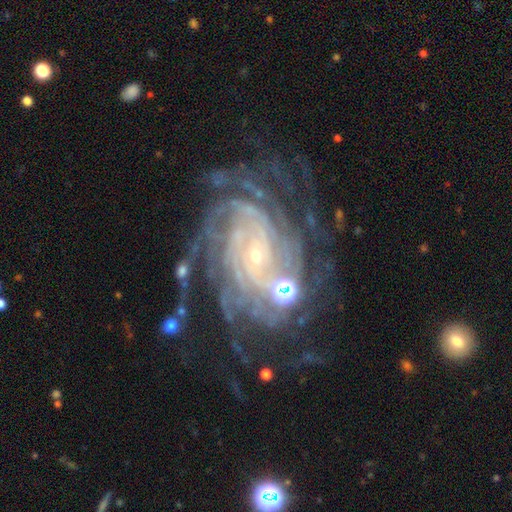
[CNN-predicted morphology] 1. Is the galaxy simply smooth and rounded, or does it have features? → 90% featured or disk, 6% star or artifact, 3% smooth.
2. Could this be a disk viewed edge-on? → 97% no, 3% yes.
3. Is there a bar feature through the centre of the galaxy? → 57% no, 29% weak, 14% strong.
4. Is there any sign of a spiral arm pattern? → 98% yes, 2% no.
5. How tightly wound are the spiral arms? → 73% tight, 22% medium, 5% loose.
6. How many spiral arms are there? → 28% more than 4, 25% 4, 20% can't tell, 11% 3, 9% 2, 7% 1.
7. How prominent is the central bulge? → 83% small, 11% moderate, 3% none, 2% large, 1% dominant.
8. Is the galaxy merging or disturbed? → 65% none, 17% minor disturbance, 12% major disturbance, 6% merger.